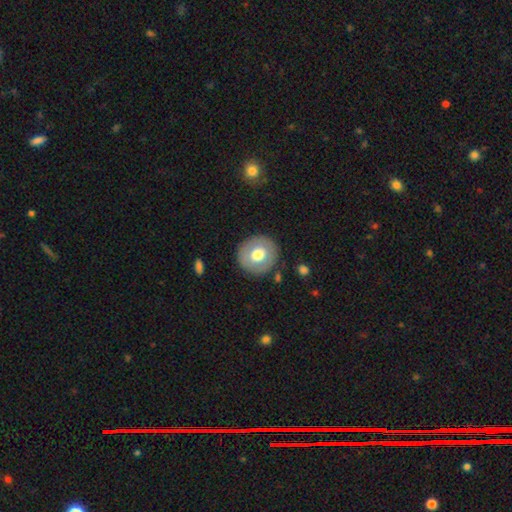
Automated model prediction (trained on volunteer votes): Overall: smooth (59%; featured or disk 32%). How rounded: round (88%). Merging: none (88%).